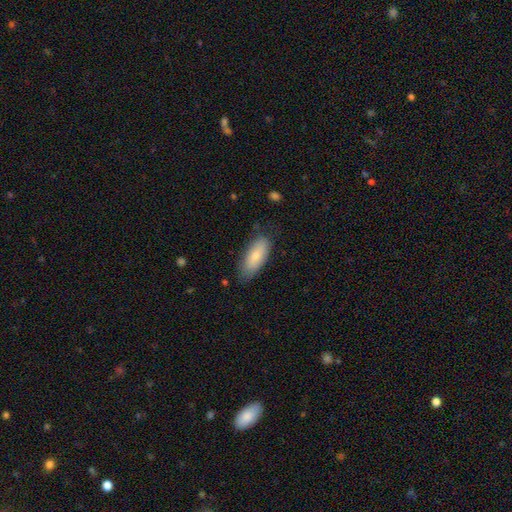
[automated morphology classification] This appears to be a smooth galaxy with no disk features (80%) that is in between round and cigar-shaped (83%). Merging: none (76%).